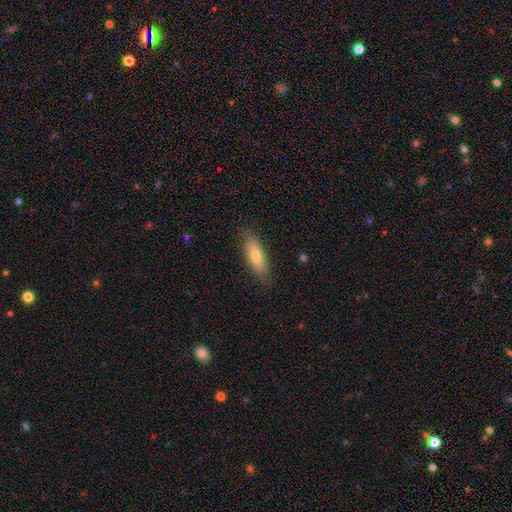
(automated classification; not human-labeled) The model was most divided on "how rounded": in between: 53%, cigar-shaped: 45%, round: 2%. More confident: merging — none (82%); smooth or featured — smooth (70%).